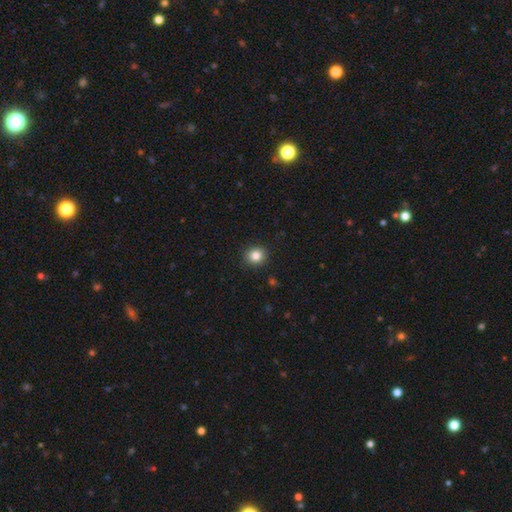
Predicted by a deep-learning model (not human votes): smooth_or_featured: smooth (p=0.84) [alt: star or artifact p=0.11]
how_rounded: round (p=0.84) [alt: in between p=0.15]
merging: none (p=0.91) [alt: minor disturbance p=0.06]